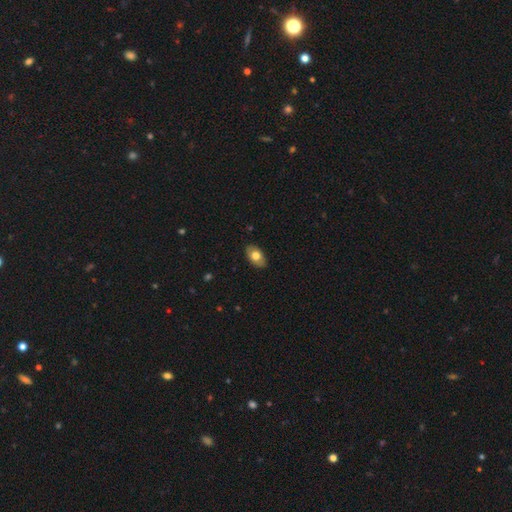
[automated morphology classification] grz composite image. It shows a smooth galaxy with no disk features (74%) that is in between round and cigar-shaped (92%). Merging: none (86%).